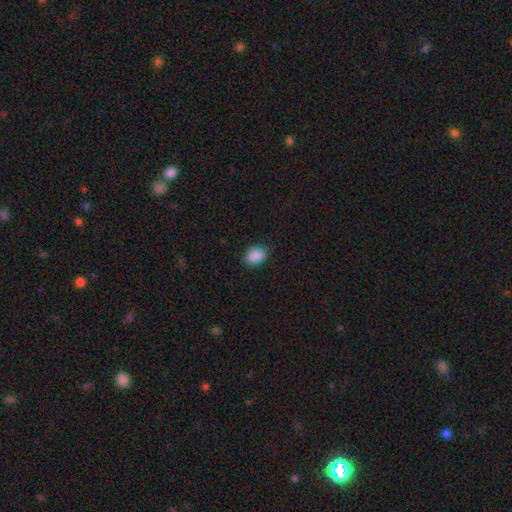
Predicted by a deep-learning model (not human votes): This appears to be a smooth galaxy with no disk features (88%) that is in between round and cigar-shaped (69%). Merging: none (85%).